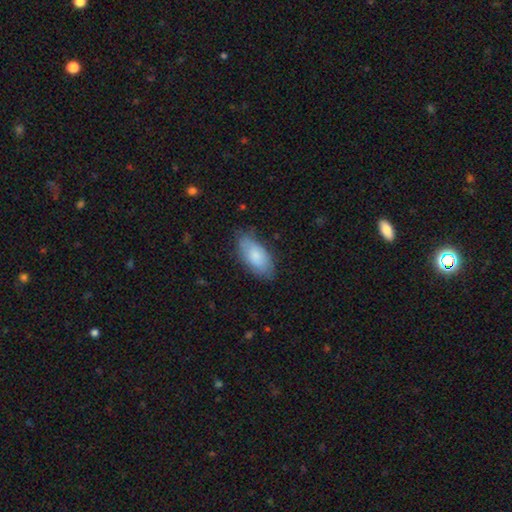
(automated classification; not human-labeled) The model was most divided on "merging": none: 73%, minor disturbance: 21%, major disturbance: 5%, merger: 1%. More confident: how rounded — in between (90%); smooth or featured — smooth (78%).